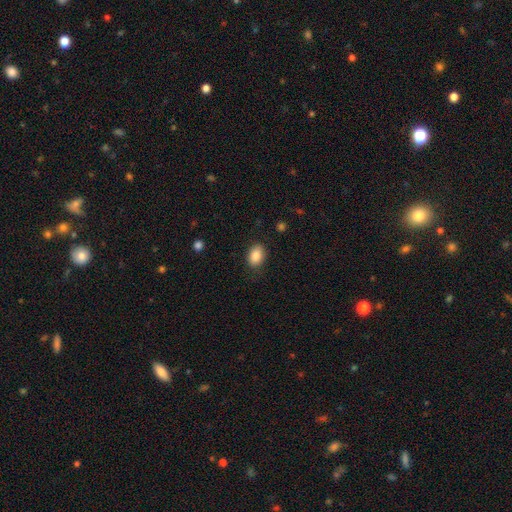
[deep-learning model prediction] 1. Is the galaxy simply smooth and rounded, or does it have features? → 87% smooth, 8% star or artifact, 6% featured or disk.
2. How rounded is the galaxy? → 84% in between, 15% round, 1% cigar-shaped.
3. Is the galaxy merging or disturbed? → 84% none, 12% minor disturbance, 3% major disturbance, 1% merger.